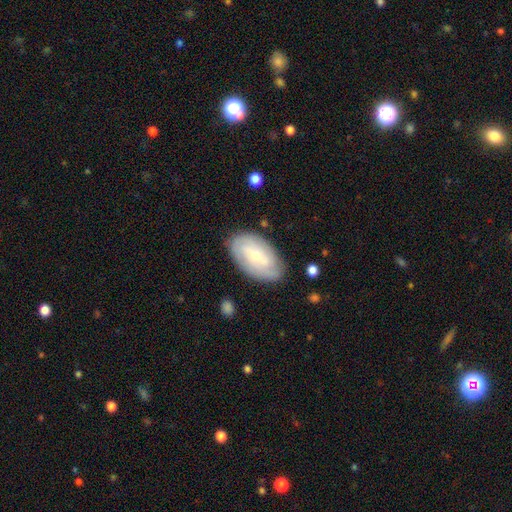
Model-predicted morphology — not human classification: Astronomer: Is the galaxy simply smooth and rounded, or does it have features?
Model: featured or disk — 56% (runner-up: smooth, 37%).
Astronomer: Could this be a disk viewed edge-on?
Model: no — 93%.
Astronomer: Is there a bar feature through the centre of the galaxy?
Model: weak — 45% (runner-up: no, 39%).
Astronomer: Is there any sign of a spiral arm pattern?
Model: yes — 76%.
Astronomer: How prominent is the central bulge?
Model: small — 55% (runner-up: moderate, 40%).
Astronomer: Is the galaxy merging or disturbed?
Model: none — 80%.